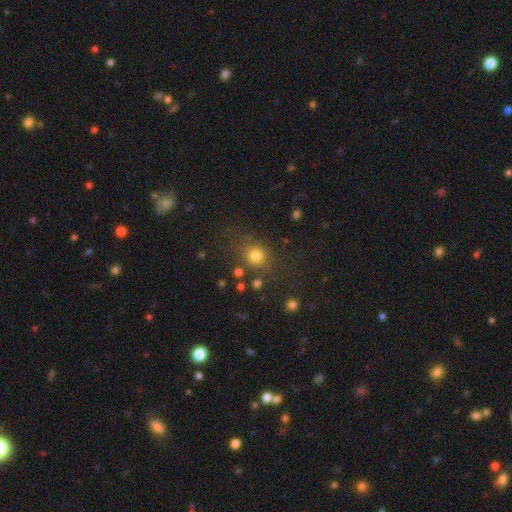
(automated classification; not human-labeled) Smooth or featured: smooth — 78% (star or artifact — 15%)
How rounded: round — 79% (in between — 19%)
Merging: none — 74% (minor disturbance — 13%)